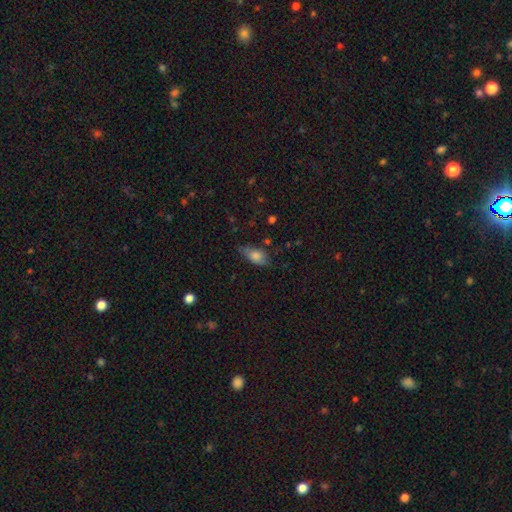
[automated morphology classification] Q: Smooth or featured?
A: smooth (75%); runner-up: featured or disk (16%)
Q: How rounded?
A: in between (84%); runner-up: cigar-shaped (11%)
Q: Merging?
A: none (66%); runner-up: minor disturbance (26%)